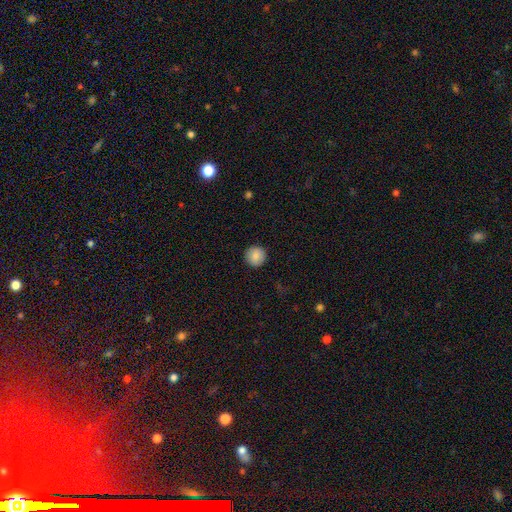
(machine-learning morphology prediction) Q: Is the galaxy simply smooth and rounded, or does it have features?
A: smooth — 86%.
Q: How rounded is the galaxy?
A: round — 95%.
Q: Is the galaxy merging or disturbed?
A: none — 92%.